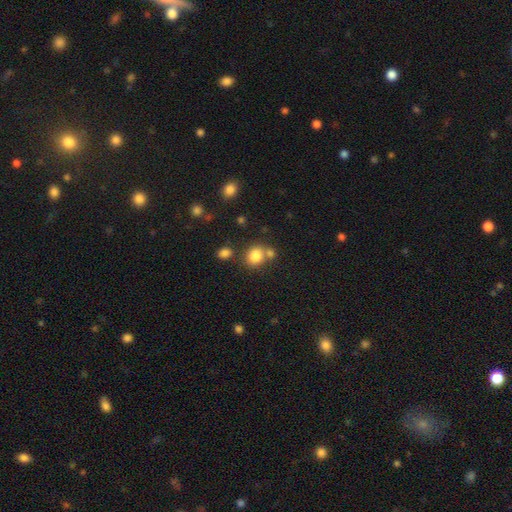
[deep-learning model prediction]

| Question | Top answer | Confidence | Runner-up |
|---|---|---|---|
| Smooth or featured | smooth | 82% | star or artifact (11%) |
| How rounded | round | 72% | in between (27%) |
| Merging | none | 58% | merger (27%) |